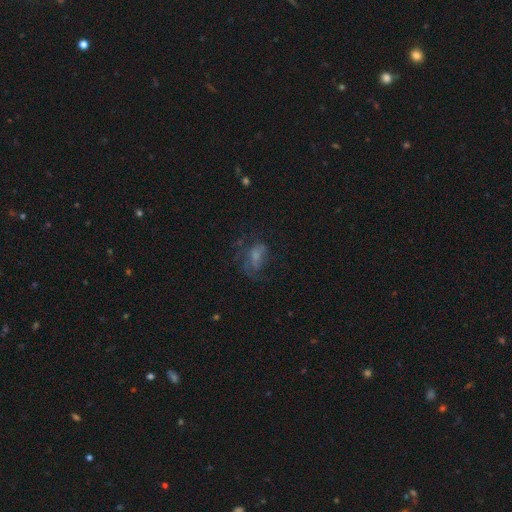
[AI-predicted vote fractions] Smooth or featured?
  - featured or disk: 47% *
  - smooth: 36%
  - star or artifact: 17%
Merging?
  - none: 42% *
  - major disturbance: 35%
  - minor disturbance: 21%
  - merger: 3%